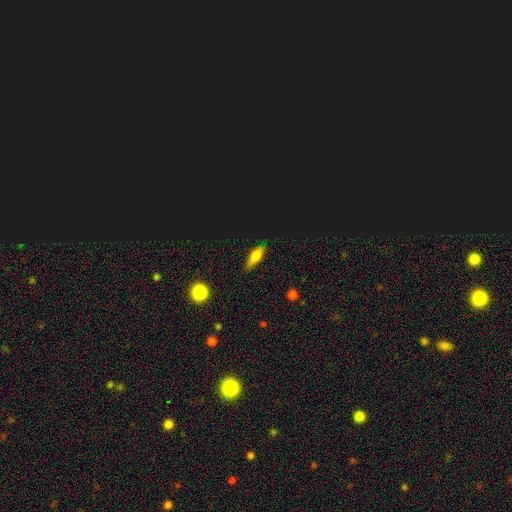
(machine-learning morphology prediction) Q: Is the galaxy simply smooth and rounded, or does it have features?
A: smooth — 62%.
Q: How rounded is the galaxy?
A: in between — 62%.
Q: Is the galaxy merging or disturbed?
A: none — 76%.